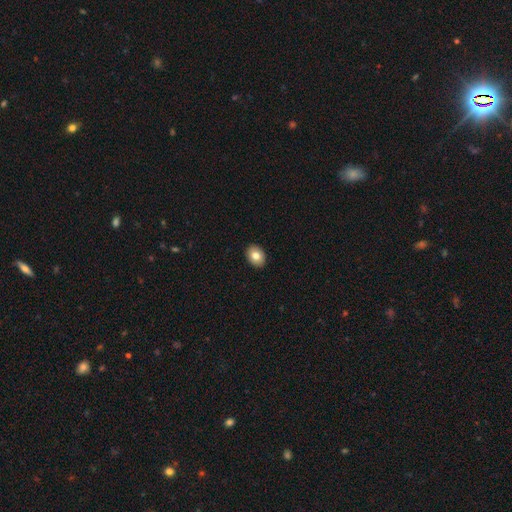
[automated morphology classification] A smooth galaxy with no disk features (81%) that is in between round and cigar-shaped (59%). Merging: none (92%).